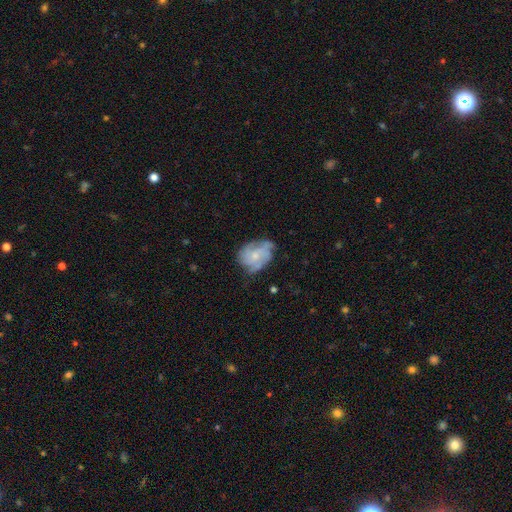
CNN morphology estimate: featured or disk 69%, smooth 24%, star or artifact 7%. Down the decision tree: edge-on disk — no (97%); bar — no (78%); spiral arms — yes (87%); spiral arm count — 3 (31%); spiral winding — tight (45%); bulge size — small (60%); merging — none (60%).